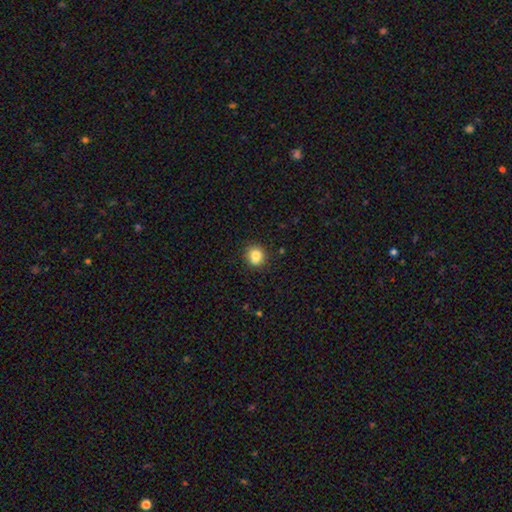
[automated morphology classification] smooth_or_featured: smooth (p=0.78) [alt: featured or disk p=0.12]
how_rounded: round (p=0.81) [alt: in between p=0.18]
merging: none (p=0.61) [alt: merger p=0.23]